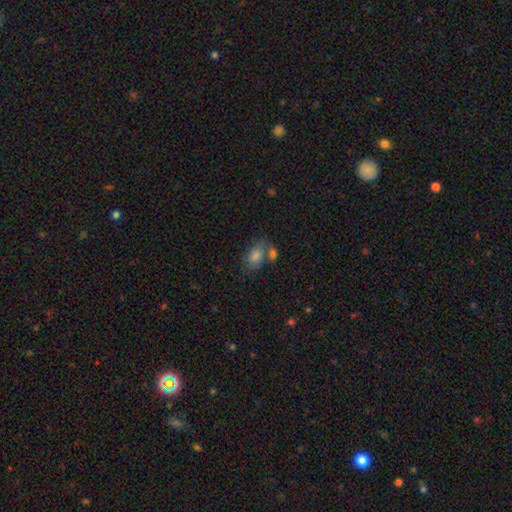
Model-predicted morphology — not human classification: A smooth galaxy with no disk features (69%) that is in between round and cigar-shaped (84%).

Vote fractions:
- Smooth or featured? smooth: 69% / featured or disk: 18% / star or artifact: 13%
- How rounded? in between: 84% / round: 14% / cigar-shaped: 2%
- Merging? none: 50% / merger: 28% / minor disturbance: 16% / major disturbance: 7%